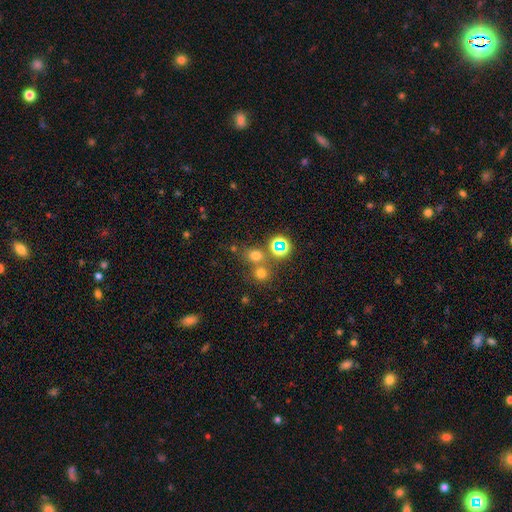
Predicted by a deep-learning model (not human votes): A smooth galaxy with no disk features (63%) that is round (77%). Merging: none (61%).